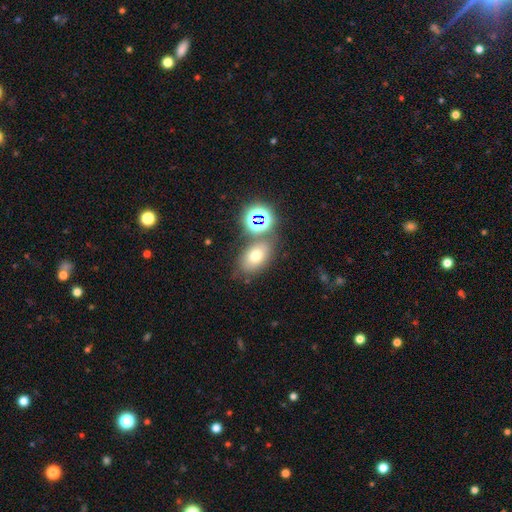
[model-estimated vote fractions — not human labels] Smooth or featured? Predicted: smooth (p=0.66). How rounded? Predicted: in between (p=0.79). Merging? Predicted: none (p=0.67).